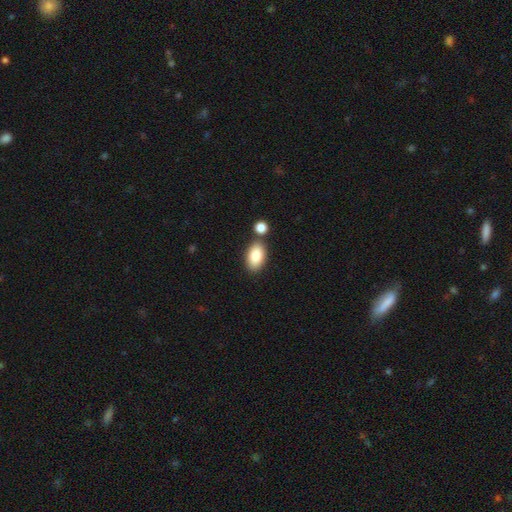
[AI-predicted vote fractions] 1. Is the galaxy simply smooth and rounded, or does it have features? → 87% smooth, 7% star or artifact, 7% featured or disk.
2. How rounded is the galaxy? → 93% in between, 5% round, 2% cigar-shaped.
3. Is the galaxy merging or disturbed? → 73% none, 13% merger, 11% minor disturbance, 3% major disturbance.